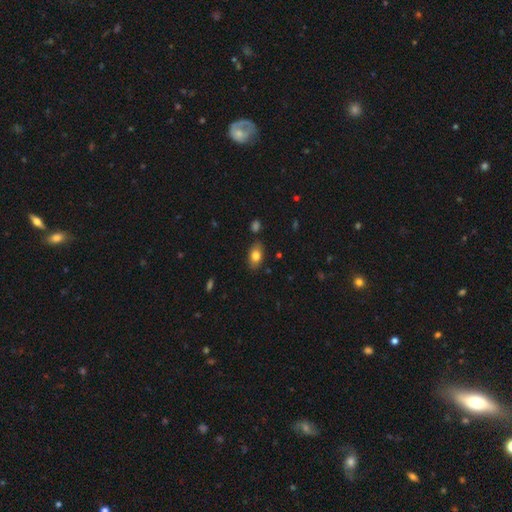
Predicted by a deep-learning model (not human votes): This appears to be a smooth galaxy with no disk features (79%) that is in between round and cigar-shaped (89%). Merging: none (82%).